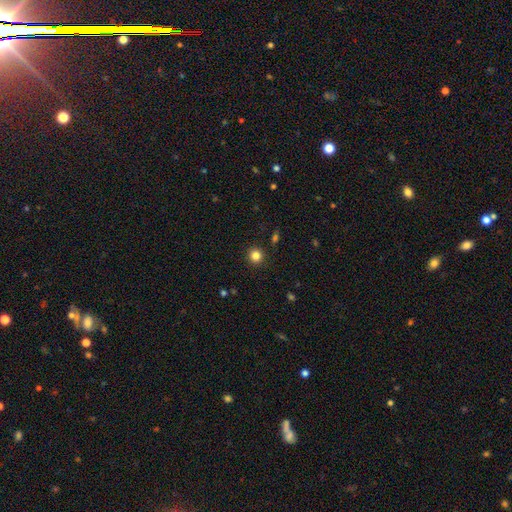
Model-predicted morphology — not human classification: smooth-or-featured: smooth: 83% | star or artifact: 13% | featured or disk: 5%
  how-rounded: round: 93% | in between: 6% | cigar-shaped: 1%
  merging: none: 92% | minor disturbance: 5% | major disturbance: 2% | merger: 1%